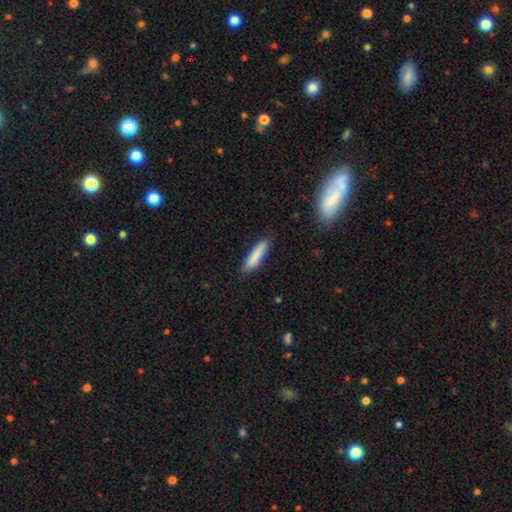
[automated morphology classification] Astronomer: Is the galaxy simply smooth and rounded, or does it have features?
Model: smooth — 84%.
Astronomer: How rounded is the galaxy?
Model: cigar-shaped — 82%.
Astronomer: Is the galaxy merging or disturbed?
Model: none — 86%.